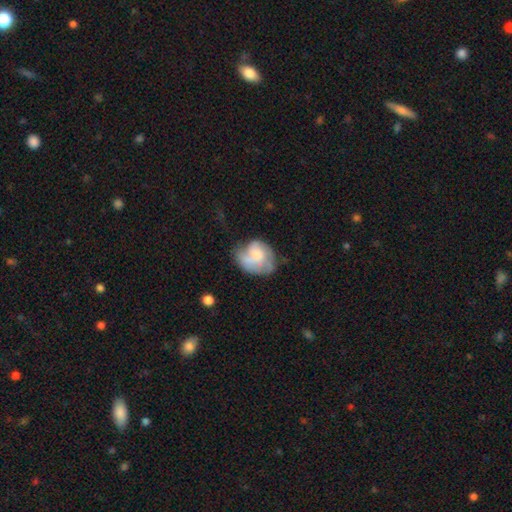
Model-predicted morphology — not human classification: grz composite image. It shows a featured or disk galaxy (54%) with no bar (74%), spiral arms (75%) and a moderate central bulge (39%). Merging: none (43%).